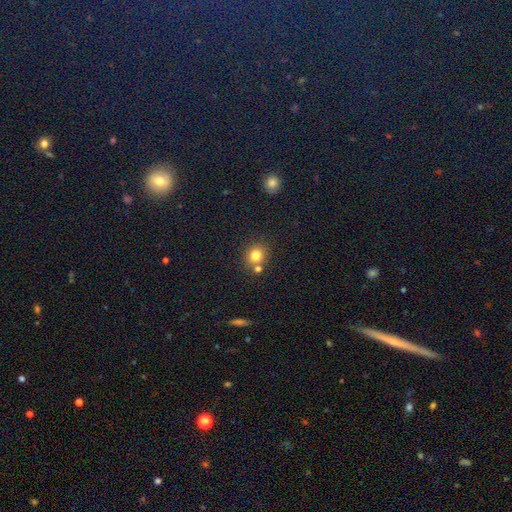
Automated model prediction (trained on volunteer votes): A smooth galaxy with no disk features (79%) that is round (80%).

Vote fractions:
- Smooth or featured? smooth: 79% / star or artifact: 13% / featured or disk: 8%
- How rounded? round: 80% / in between: 19% / cigar-shaped: 1%
- Merging? none: 65% / merger: 22% / minor disturbance: 10% / major disturbance: 3%